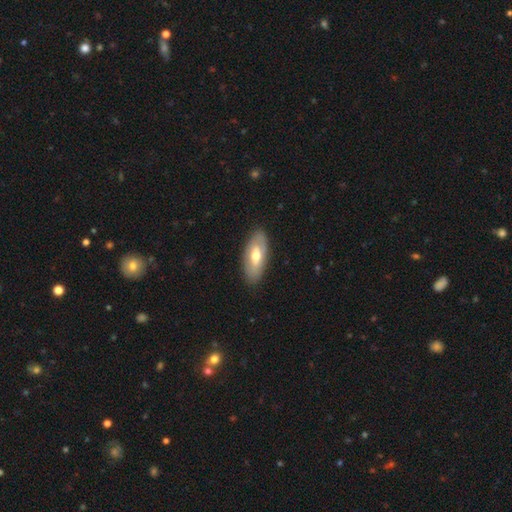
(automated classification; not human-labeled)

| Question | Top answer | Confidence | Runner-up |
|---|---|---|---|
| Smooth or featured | smooth | 51% | featured or disk (44%) |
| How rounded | in between | 85% | cigar-shaped (12%) |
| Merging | none | 85% | minor disturbance (11%) |